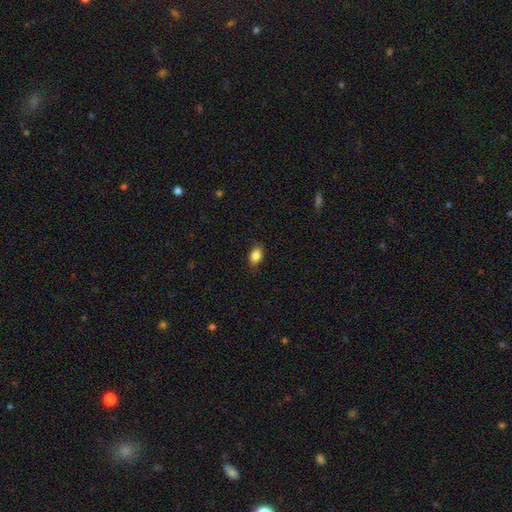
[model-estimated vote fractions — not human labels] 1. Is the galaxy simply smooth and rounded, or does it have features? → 86% smooth, 9% star or artifact, 5% featured or disk.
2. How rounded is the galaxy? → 83% in between, 15% round, 2% cigar-shaped.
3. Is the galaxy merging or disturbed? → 85% none, 11% minor disturbance, 3% major disturbance, 1% merger.